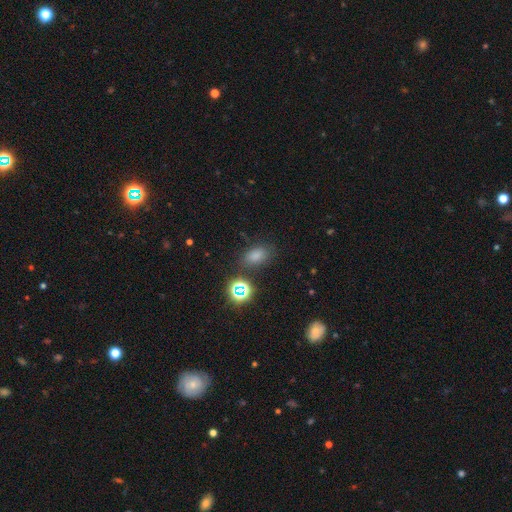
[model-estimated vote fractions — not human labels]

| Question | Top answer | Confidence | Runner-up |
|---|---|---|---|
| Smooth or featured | smooth | 73% | star or artifact (21%) |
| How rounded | in between | 83% | round (15%) |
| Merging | none | 77% | minor disturbance (13%) |